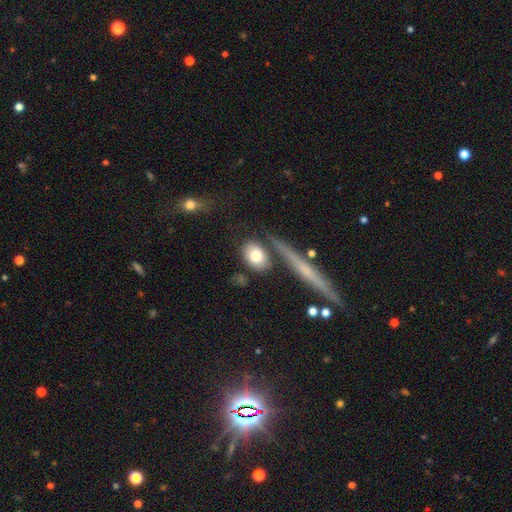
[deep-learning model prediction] A smooth galaxy with no disk features (78%) that is in between round and cigar-shaped (64%).

Vote fractions:
- Smooth or featured? smooth: 78% / featured or disk: 15% / star or artifact: 7%
- How rounded? in between: 64% / round: 29% / cigar-shaped: 7%
- Merging? none: 65% / minor disturbance: 16% / merger: 12% / major disturbance: 6%